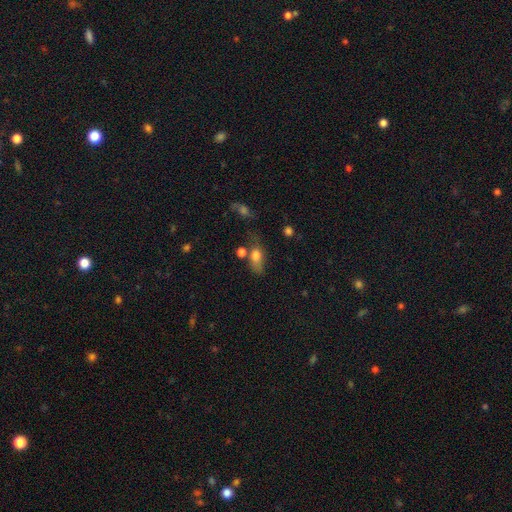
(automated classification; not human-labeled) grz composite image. It shows a smooth galaxy with no disk features (73%) that is in between round and cigar-shaped (77%). Merging: none (39%).